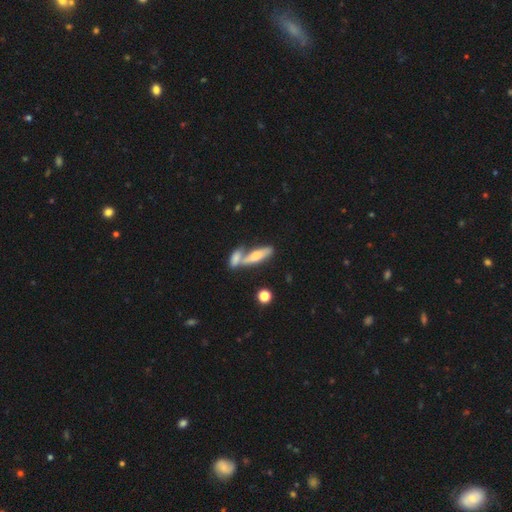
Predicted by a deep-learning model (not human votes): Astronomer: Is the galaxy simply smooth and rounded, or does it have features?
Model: smooth — 47% (runner-up: featured or disk, 45%).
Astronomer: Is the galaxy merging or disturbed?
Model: merger — 48% (runner-up: none, 38%).